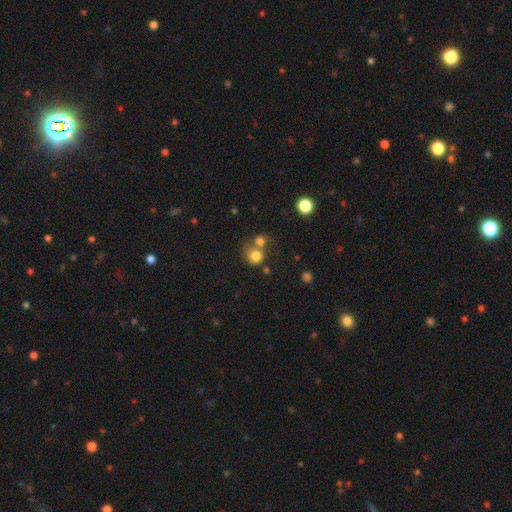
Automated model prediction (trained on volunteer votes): This is likely a smooth galaxy (80%). How rounded: clearly round (84%). Merging: marginally merger (44%).